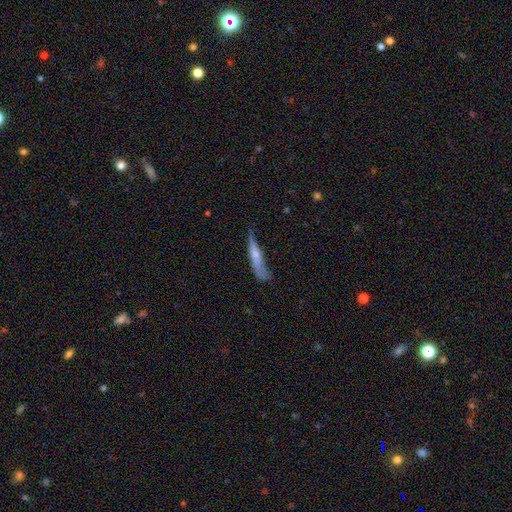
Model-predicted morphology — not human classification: A smooth galaxy with no disk features (60%) that is cigar-shaped (87%). Merging: none (46%).